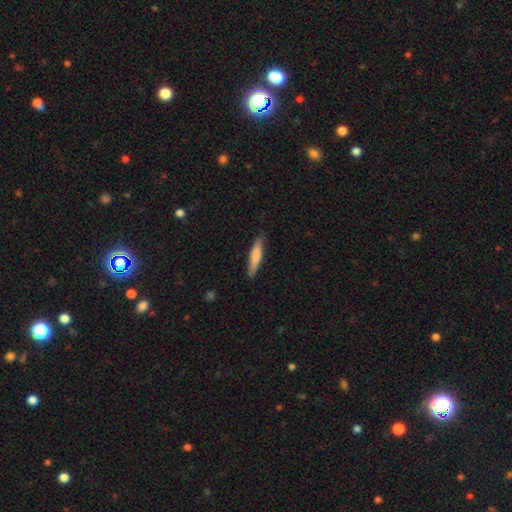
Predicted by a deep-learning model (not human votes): smooth-or-featured: smooth: 75% | featured or disk: 20% | star or artifact: 5%
  how-rounded: cigar-shaped: 85% | in between: 13% | round: 1%
  merging: none: 84% | minor disturbance: 13% | major disturbance: 2% | merger: 1%